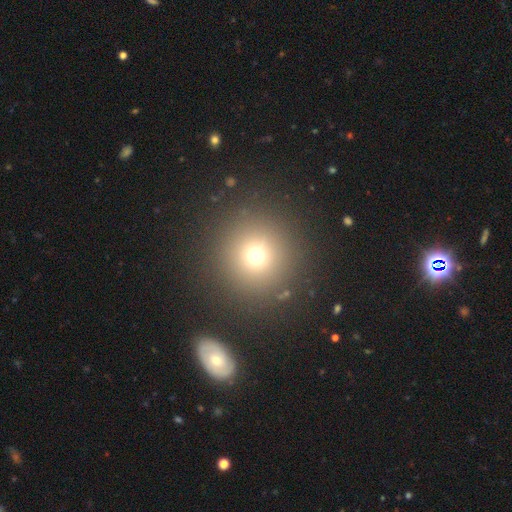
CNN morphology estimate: Smooth or featured? smooth (69%)
How rounded? round (95%)
Merging? none (87%)